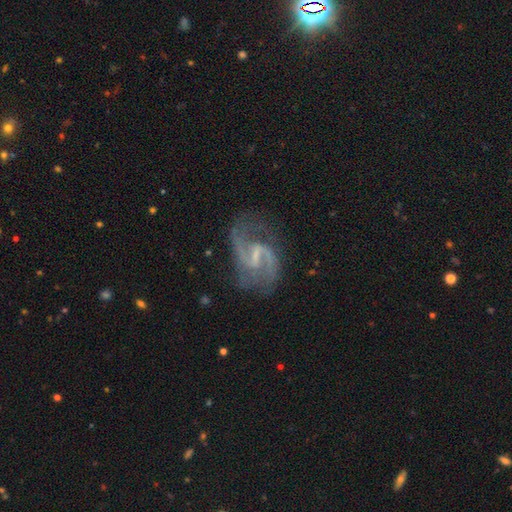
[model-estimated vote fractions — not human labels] Smooth or featured? Predicted: featured or disk (p=0.90). Edge-on disk? Predicted: no (p=0.98). Bar? Predicted: weak (p=0.56). Spiral arms? Predicted: yes (p=0.97). Spiral winding? Predicted: medium (p=0.48). Spiral arm count? Predicted: 2 (p=0.91). Bulge size? Predicted: small (p=0.44). Merging? Predicted: none (p=0.70).